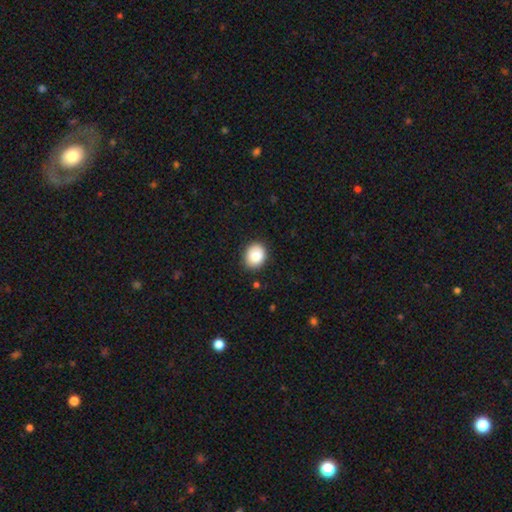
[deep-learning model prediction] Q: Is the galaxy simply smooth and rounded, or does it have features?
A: smooth — 87%.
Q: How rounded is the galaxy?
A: round — 60%.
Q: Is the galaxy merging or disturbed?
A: none — 85%.